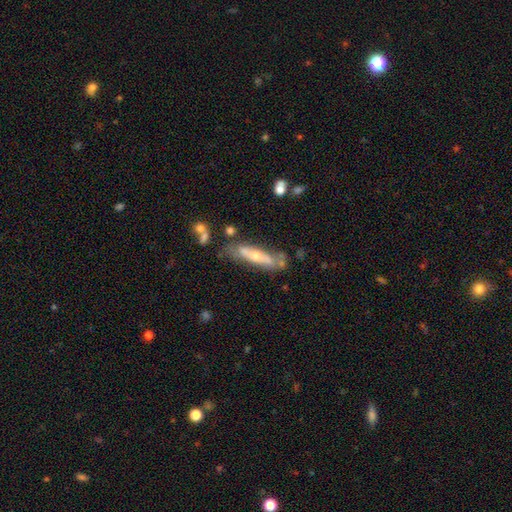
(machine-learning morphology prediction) Smooth or featured? Predicted: featured or disk (p=0.53). Edge-on disk? Predicted: yes (p=0.58). Merging? Predicted: none (p=0.56).